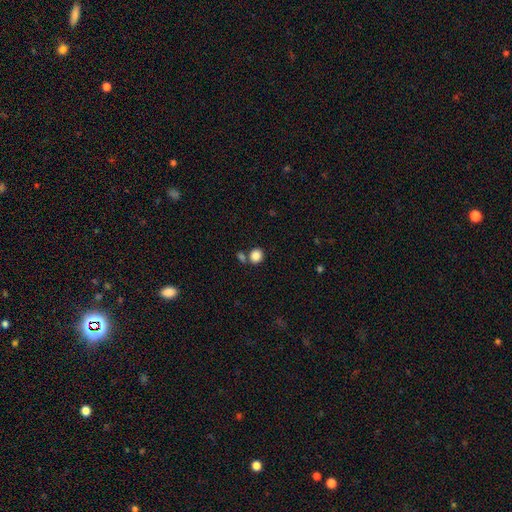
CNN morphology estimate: The model was most divided on "merging": none: 65%, merger: 21%, minor disturbance: 10%, major disturbance: 4%. More confident: smooth or featured — smooth (86%); how rounded — round (72%).